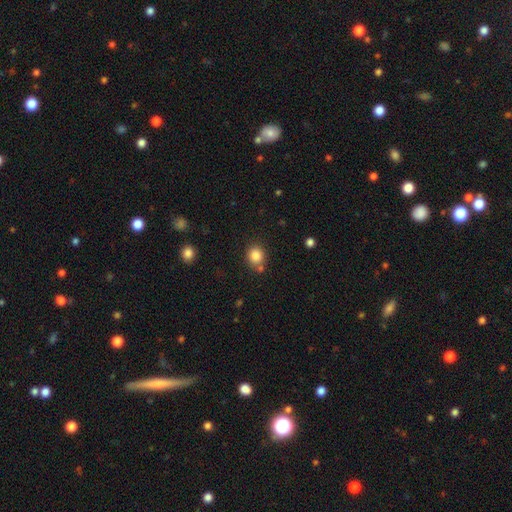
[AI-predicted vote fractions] Morphology: type=smooth (85%); roundness=round (80%); merging=none (74%).